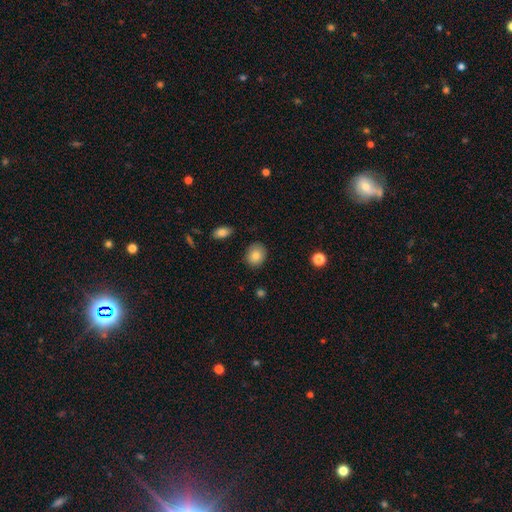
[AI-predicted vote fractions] Smooth or featured?
  - smooth: 83% *
  - featured or disk: 9%
  - star or artifact: 8%
How rounded?
  - round: 59% *
  - in between: 40%
  - cigar-shaped: 1%
Merging?
  - none: 83% *
  - minor disturbance: 13%
  - major disturbance: 3%
  - merger: 2%